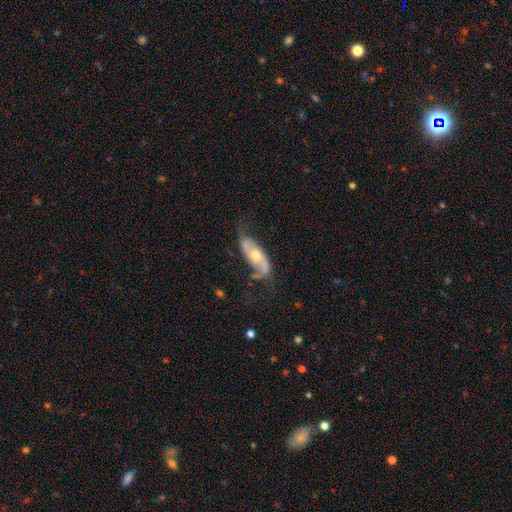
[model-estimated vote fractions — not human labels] Overall: featured or disk (76%). Edge-on disk: no (86%). Bar: no (62%; weak 26%). Spiral arms: yes (89%). Spiral arm count: 2 (87%). Spiral winding: loose (59%; medium 30%). Bulge size: moderate (70%). Merging: none (57%; minor disturbance 26%).